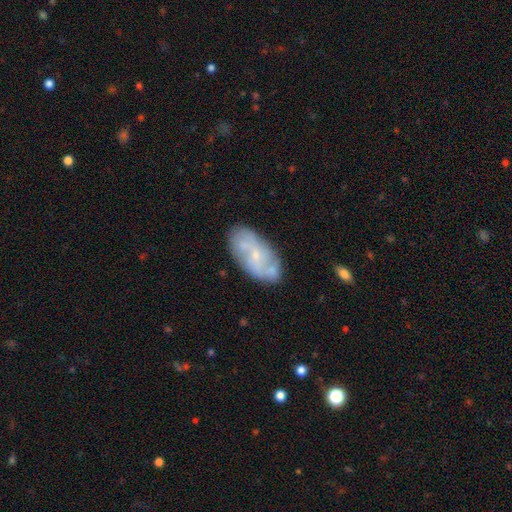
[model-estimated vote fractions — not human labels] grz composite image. It shows a featured or disk galaxy (63%) with no bar (62%), spiral arms (70%) and a small central bulge (73%). Merging: none (70%).